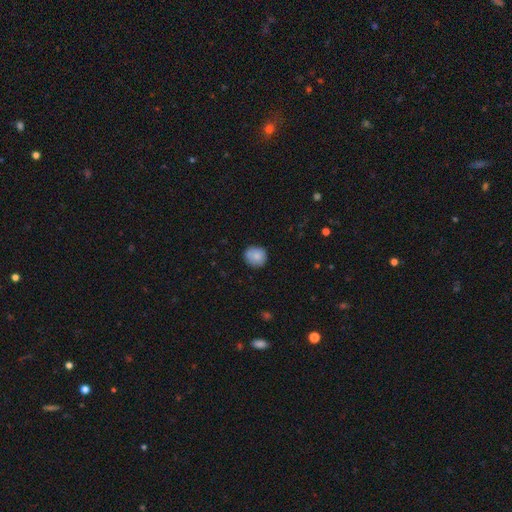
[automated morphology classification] The model was most divided on "merging": none: 82%, minor disturbance: 14%, major disturbance: 2%, merger: 1%. More confident: how rounded — round (86%); smooth or featured — smooth (82%).